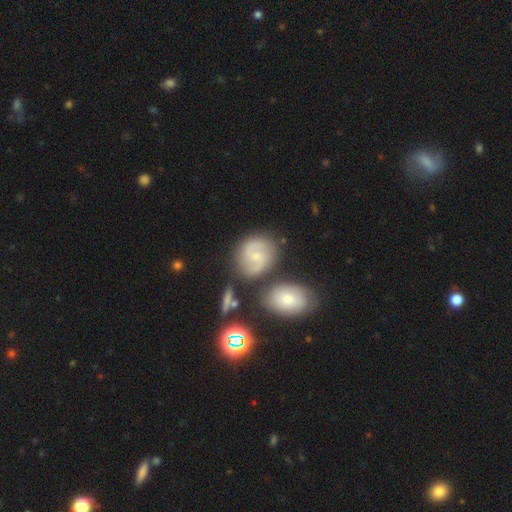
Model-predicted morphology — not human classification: Smooth or featured? Predicted: featured or disk (p=0.64). Edge-on disk? Predicted: no (p=0.97). Bar? Predicted: no (p=0.50). Spiral arms? Predicted: yes (p=0.90). Spiral winding? Predicted: medium (p=0.50). Spiral arm count? Predicted: 2 (p=0.86). Bulge size? Predicted: small (p=0.68). Merging? Predicted: none (p=0.69).